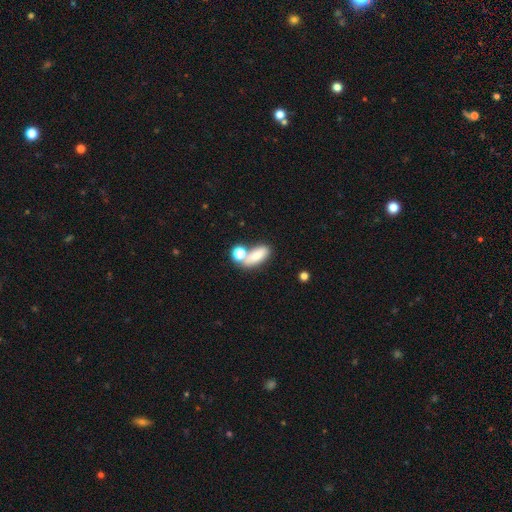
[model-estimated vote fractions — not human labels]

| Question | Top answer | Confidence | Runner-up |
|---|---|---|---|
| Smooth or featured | smooth | 78% | featured or disk (12%) |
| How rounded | in between | 75% | cigar-shaped (15%) |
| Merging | none | 44% | merger (35%) |